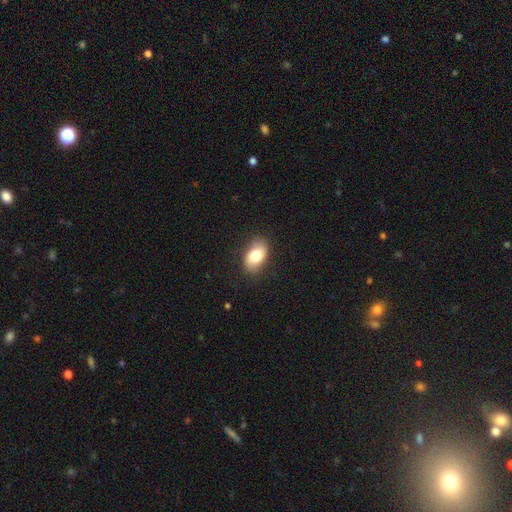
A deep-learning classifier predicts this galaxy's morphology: Overall: smooth (77%). How rounded: in between (91%). Merging: none (80%).